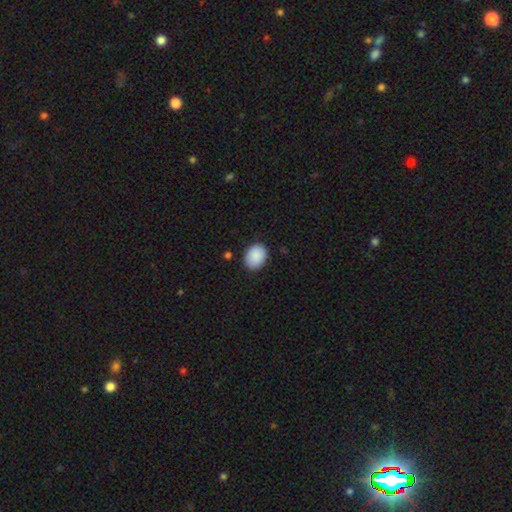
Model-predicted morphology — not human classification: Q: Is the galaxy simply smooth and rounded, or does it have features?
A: smooth — 90%.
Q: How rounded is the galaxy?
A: in between — 56%.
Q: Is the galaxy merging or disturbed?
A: none — 87%.